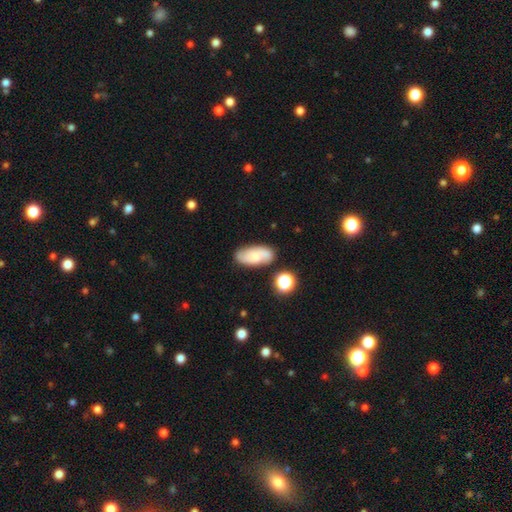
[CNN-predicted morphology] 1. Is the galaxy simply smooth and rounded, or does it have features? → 49% smooth, 41% featured or disk, 9% star or artifact.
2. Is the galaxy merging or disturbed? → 71% none, 16% minor disturbance, 9% merger, 4% major disturbance.